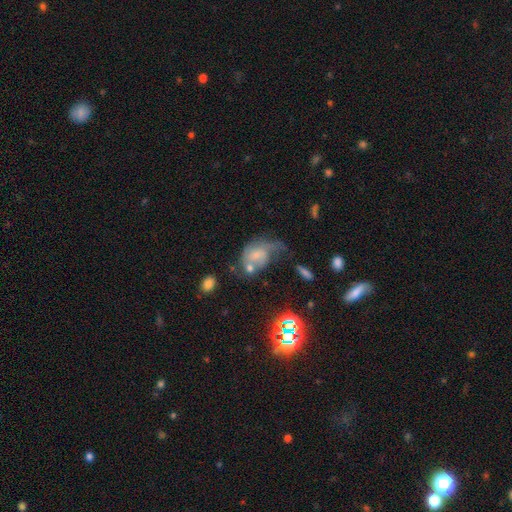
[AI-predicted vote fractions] This appears to be a featured or disk galaxy (48%). Merging: major disturbance (39%).